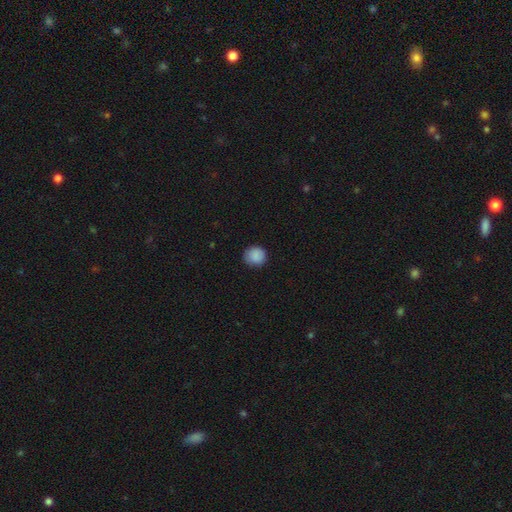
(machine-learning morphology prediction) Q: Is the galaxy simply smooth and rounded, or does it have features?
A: smooth — 88%.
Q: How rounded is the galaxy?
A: round — 89%.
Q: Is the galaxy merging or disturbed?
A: none — 85%.